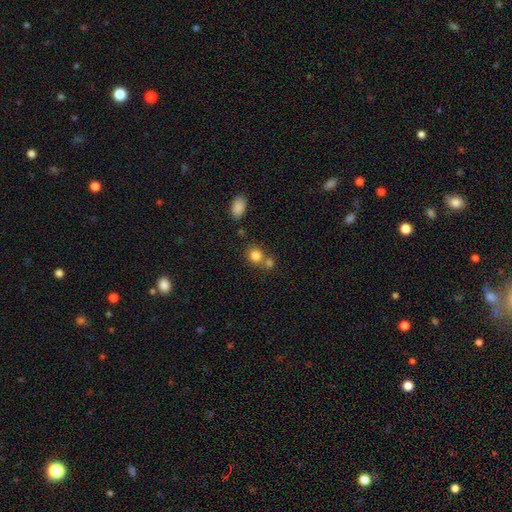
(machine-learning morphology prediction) Q: Smooth or featured?
A: smooth (82%); runner-up: star or artifact (11%)
Q: How rounded?
A: round (78%); runner-up: in between (21%)
Q: Merging?
A: none (55%); runner-up: merger (32%)